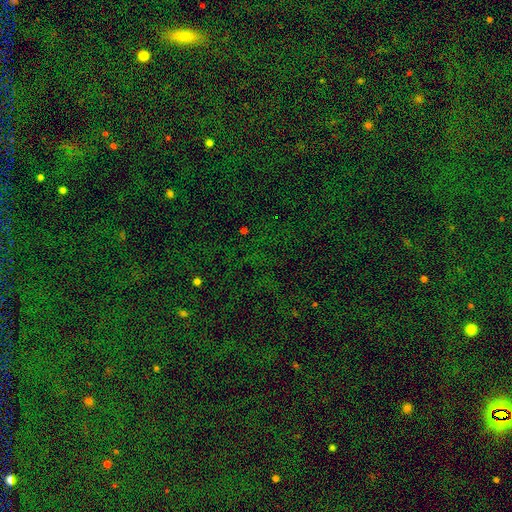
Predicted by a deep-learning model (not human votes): Overall: star or artifact (80%).